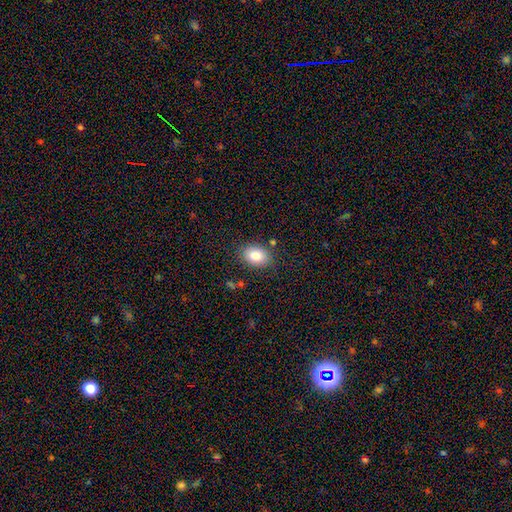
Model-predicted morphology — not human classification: Overall: smooth (82%). How rounded: in between (74%). Merging: none (84%).